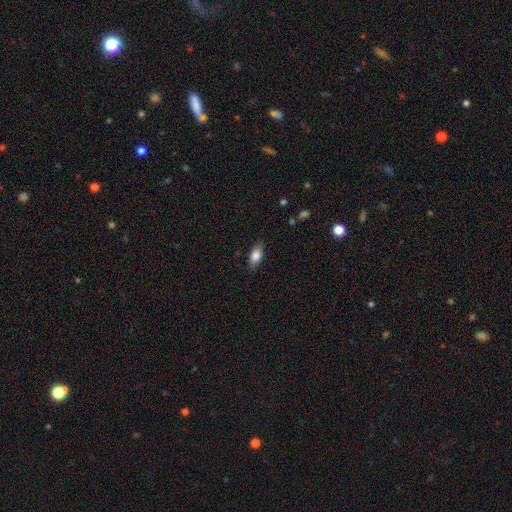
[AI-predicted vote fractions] Smooth or featured?
  - smooth: 81% *
  - featured or disk: 12%
  - star or artifact: 7%
How rounded?
  - in between: 85% *
  - cigar-shaped: 11%
  - round: 4%
Merging?
  - none: 83% *
  - minor disturbance: 13%
  - major disturbance: 3%
  - merger: 1%